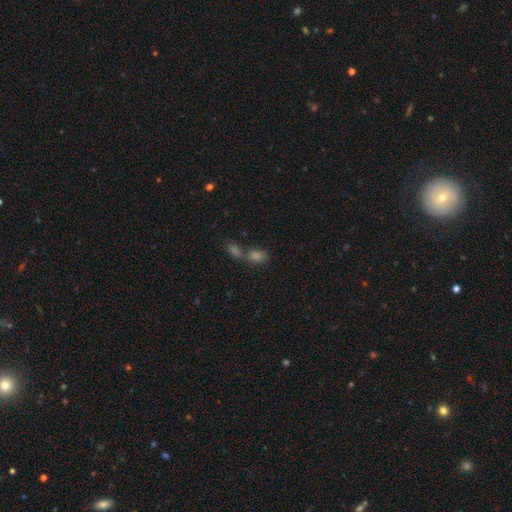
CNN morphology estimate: Overall: smooth (66%). How rounded: in between (69%). Merging: merger (51%; none 37%).